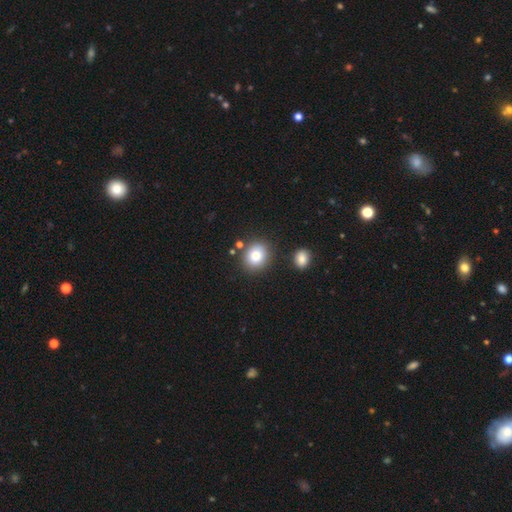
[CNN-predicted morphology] Overall: smooth (80%). How rounded: round (74%). Merging: none (80%).